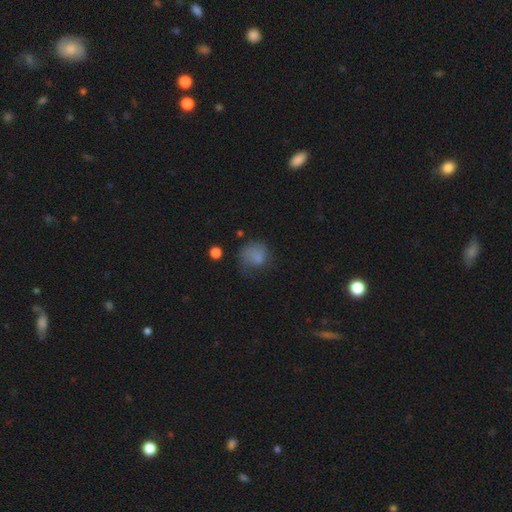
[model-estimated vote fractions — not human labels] Smooth or featured: smooth — 76% (featured or disk — 12%)
How rounded: round — 72% (in between — 27%)
Merging: none — 41% (minor disturbance — 29%)